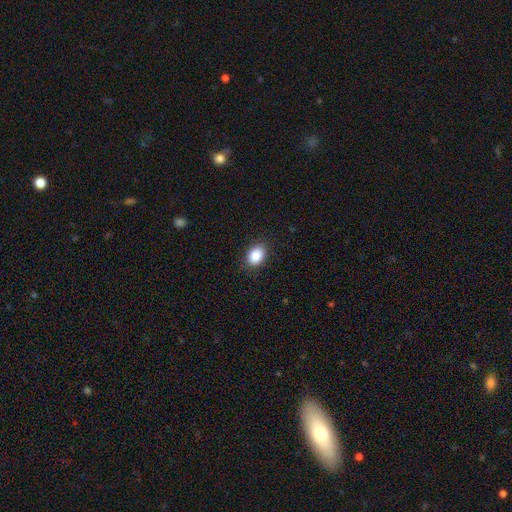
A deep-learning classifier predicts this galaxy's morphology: Smooth or featured? Predicted: smooth (p=0.88). How rounded? Predicted: in between (p=0.72). Merging? Predicted: none (p=0.87).